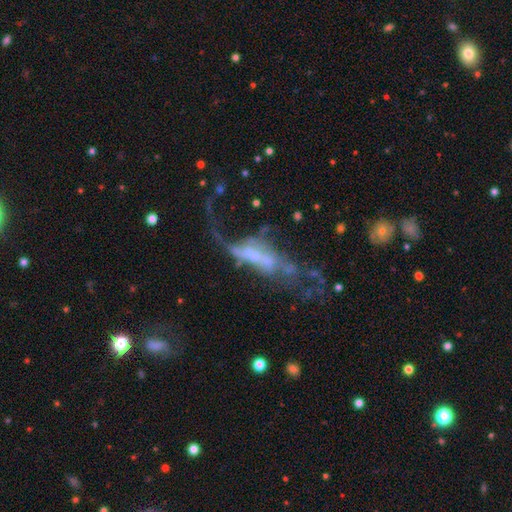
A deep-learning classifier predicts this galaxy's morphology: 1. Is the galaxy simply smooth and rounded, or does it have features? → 67% featured or disk, 20% smooth, 13% star or artifact.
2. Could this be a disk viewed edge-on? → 82% no, 18% yes.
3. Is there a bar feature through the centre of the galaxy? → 58% no, 25% weak, 16% strong.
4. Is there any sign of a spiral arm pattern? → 53% yes, 47% no.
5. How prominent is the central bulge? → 45% small, 30% none, 18% moderate, 4% large, 2% dominant.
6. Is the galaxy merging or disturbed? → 48% major disturbance, 23% none, 18% merger, 12% minor disturbance.